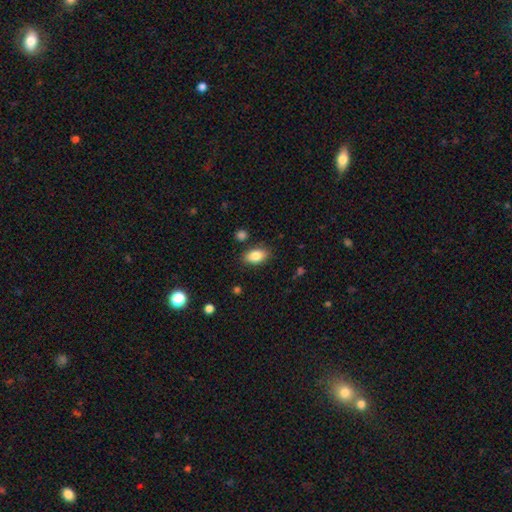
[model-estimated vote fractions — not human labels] A smooth galaxy with no disk features (83%) that is in between round and cigar-shaped (89%). Merging: none (83%).